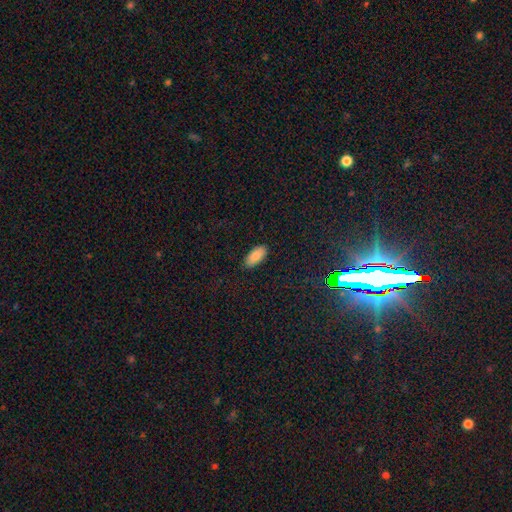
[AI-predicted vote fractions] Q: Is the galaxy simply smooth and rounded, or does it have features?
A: smooth — 88%.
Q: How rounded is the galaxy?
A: in between — 92%.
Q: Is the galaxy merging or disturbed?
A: none — 89%.